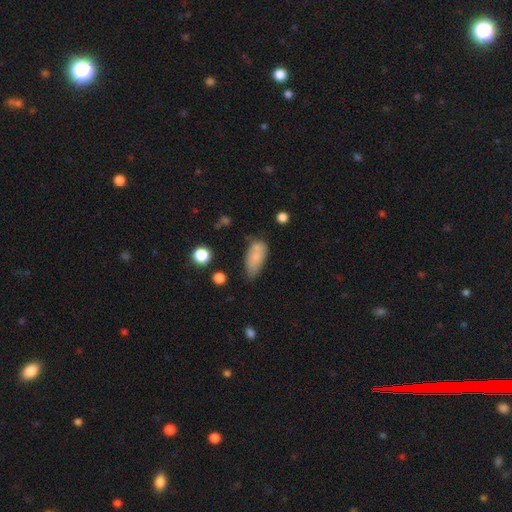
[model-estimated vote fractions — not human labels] Smooth or featured?
  - smooth: 80% *
  - featured or disk: 12%
  - star or artifact: 8%
How rounded?
  - in between: 87% *
  - cigar-shaped: 10%
  - round: 3%
Merging?
  - none: 46% *
  - minor disturbance: 36%
  - major disturbance: 11%
  - merger: 7%